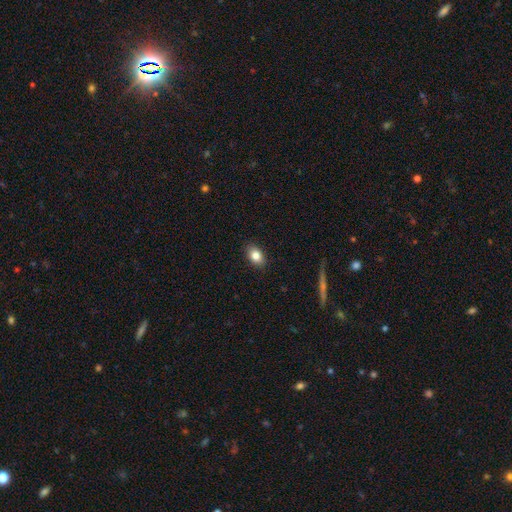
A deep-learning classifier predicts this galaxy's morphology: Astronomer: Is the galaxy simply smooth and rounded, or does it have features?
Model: smooth — 83%.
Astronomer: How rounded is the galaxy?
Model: in between — 83%.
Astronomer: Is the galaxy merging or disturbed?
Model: none — 88%.